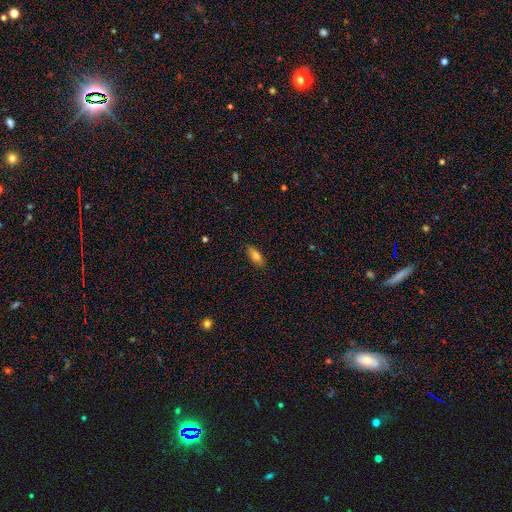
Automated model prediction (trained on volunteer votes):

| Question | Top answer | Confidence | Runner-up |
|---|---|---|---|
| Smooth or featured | smooth | 78% | featured or disk (14%) |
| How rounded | in between | 79% | cigar-shaped (19%) |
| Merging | none | 87% | minor disturbance (10%) |